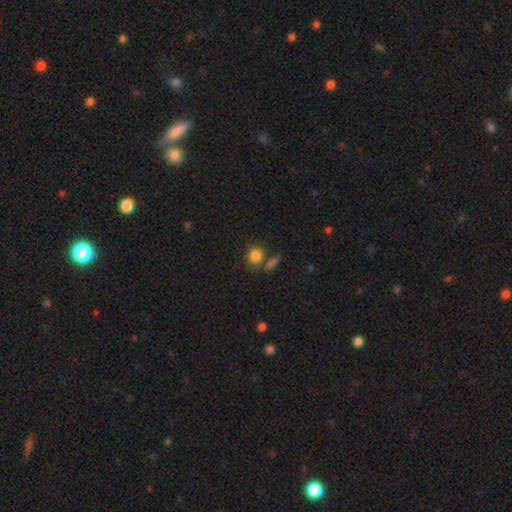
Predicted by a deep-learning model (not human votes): This appears to be a smooth galaxy with no disk features (83%) that is round (77%). Merging: none (64%).